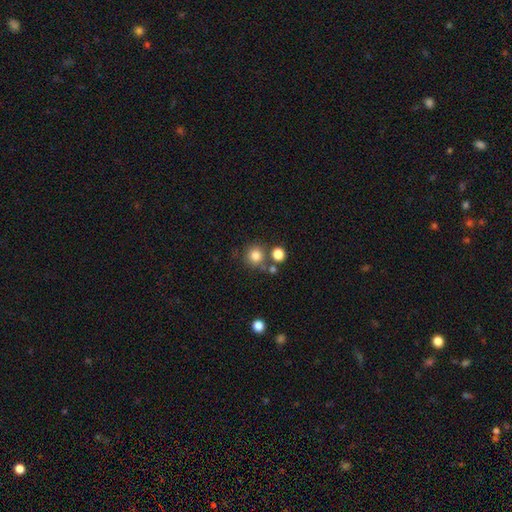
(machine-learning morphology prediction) This is clearly a smooth galaxy (81%). How rounded: clearly round (92%). Merging: likely none (72%).